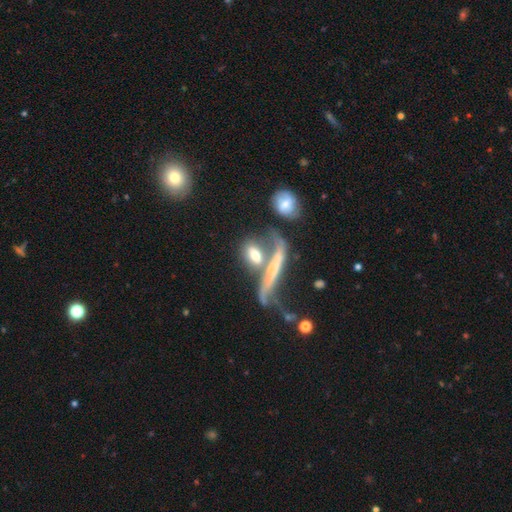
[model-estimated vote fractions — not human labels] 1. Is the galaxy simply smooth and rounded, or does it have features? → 45% featured or disk, 43% smooth, 11% star or artifact.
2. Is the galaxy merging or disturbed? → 51% merger, 23% none, 16% major disturbance, 11% minor disturbance.